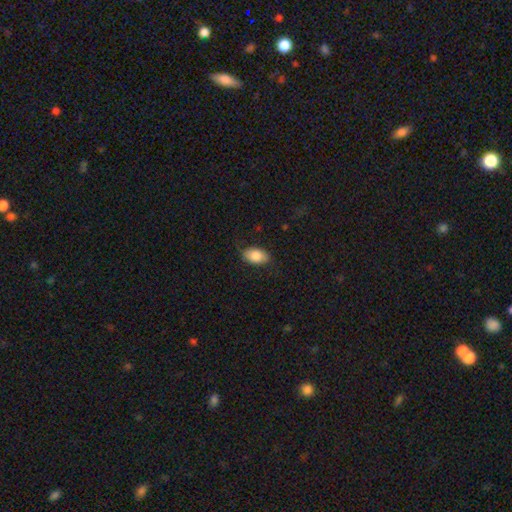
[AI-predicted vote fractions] Smooth or featured? Predicted: smooth (p=0.83). How rounded? Predicted: in between (p=0.91). Merging? Predicted: none (p=0.79).